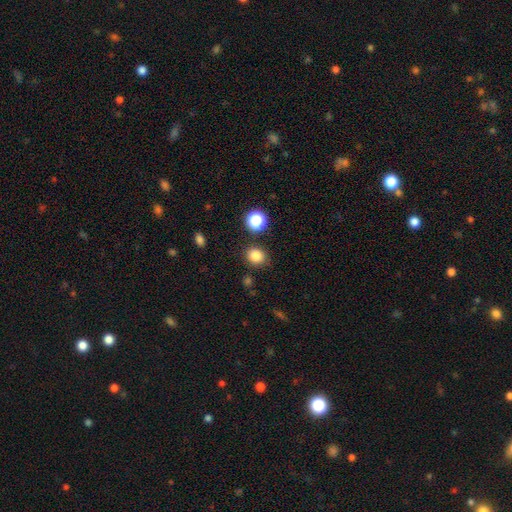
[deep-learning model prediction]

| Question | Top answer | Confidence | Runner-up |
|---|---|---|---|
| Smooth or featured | smooth | 83% | star or artifact (13%) |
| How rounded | round | 75% | in between (24%) |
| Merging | none | 83% | minor disturbance (9%) |